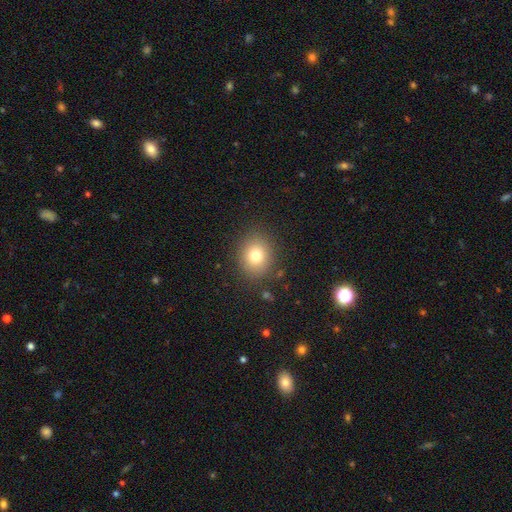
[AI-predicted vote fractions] smooth 78%, star or artifact 12%, featured or disk 10%. Down the decision tree: how rounded — round (63%); merging — none (86%).